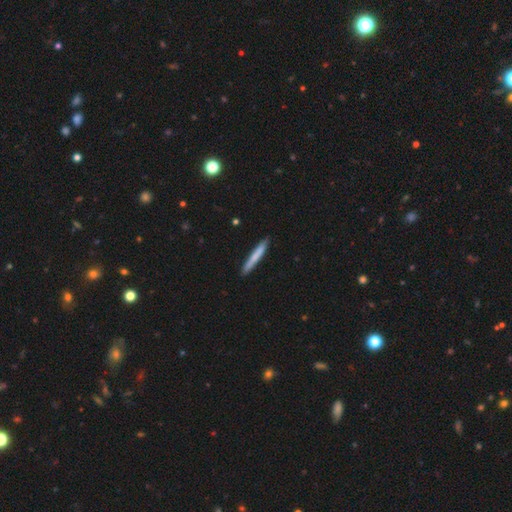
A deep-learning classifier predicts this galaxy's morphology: Q: Smooth or featured?
A: smooth (72%); runner-up: featured or disk (23%)
Q: How rounded?
A: cigar-shaped (96%); runner-up: in between (3%)
Q: Merging?
A: none (89%); runner-up: minor disturbance (9%)